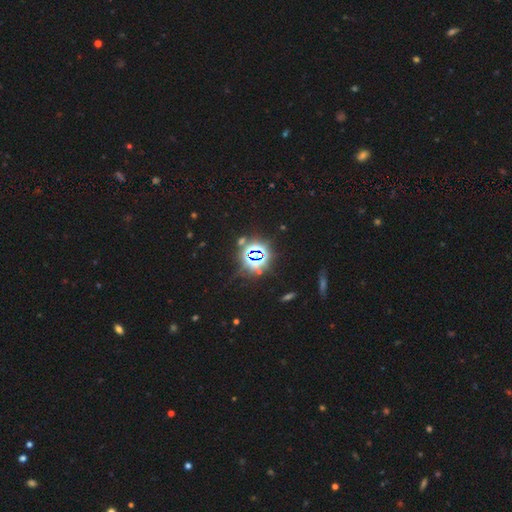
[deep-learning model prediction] Smooth or featured? star or artifact (81%)